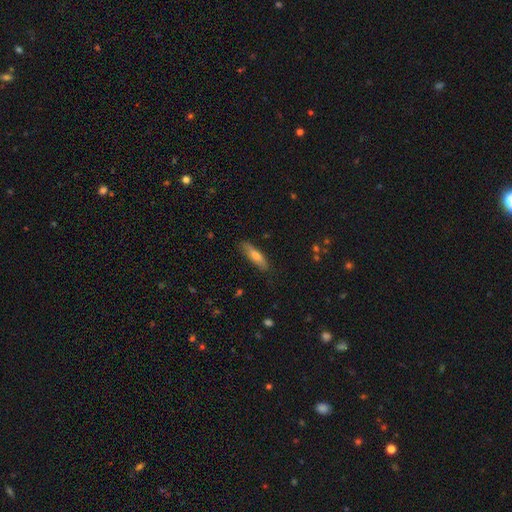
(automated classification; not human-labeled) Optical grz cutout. It shows a smooth galaxy with no disk features (60%) that is cigar-shaped (71%). Merging: none (84%).